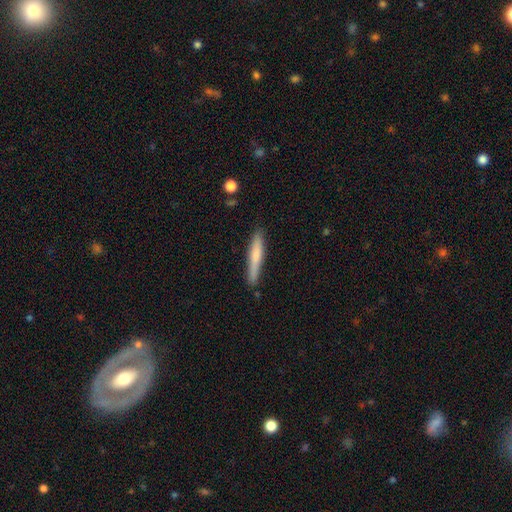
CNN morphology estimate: Smooth or featured?
  - smooth: 67% *
  - featured or disk: 28%
  - star or artifact: 6%
How rounded?
  - cigar-shaped: 93% *
  - in between: 5%
  - round: 1%
Merging?
  - none: 84% *
  - minor disturbance: 12%
  - major disturbance: 2%
  - merger: 2%